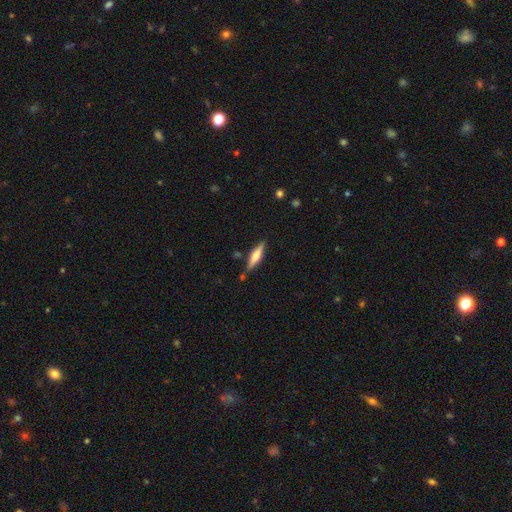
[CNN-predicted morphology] smooth-or-featured: featured or disk: 50% | smooth: 44% | star or artifact: 6%
  disk-edge-on: yes: 95% | no: 5%
  merging: none: 82% | minor disturbance: 12% | merger: 4% | major disturbance: 2%